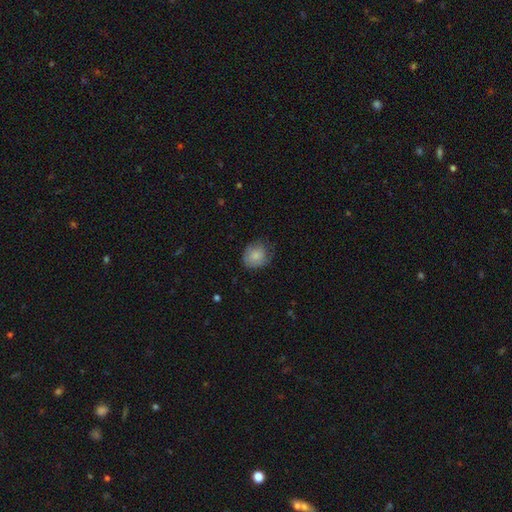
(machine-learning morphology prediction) smooth_or_featured: smooth (p=0.80) [alt: featured or disk p=0.13]
how_rounded: round (p=0.68) [alt: in between p=0.31]
merging: none (p=0.63) [alt: minor disturbance p=0.28]